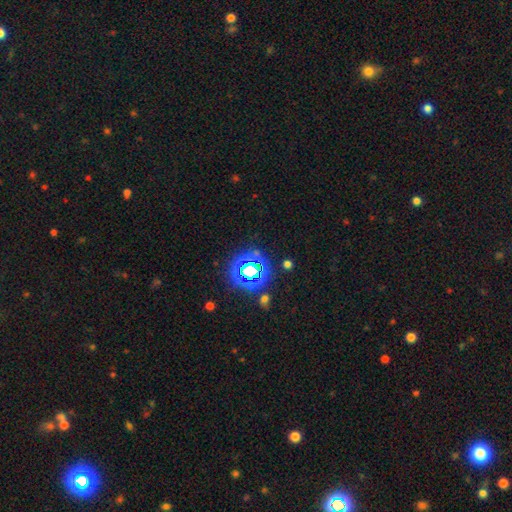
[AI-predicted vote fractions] Smooth or featured? star or artifact (75%)